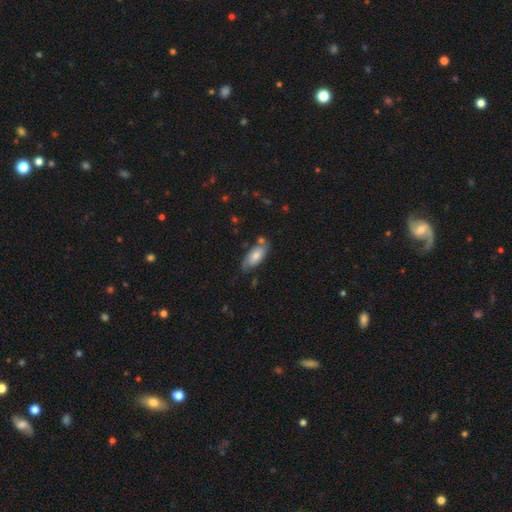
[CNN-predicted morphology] Q: Smooth or featured?
A: smooth (66%); runner-up: featured or disk (28%)
Q: How rounded?
A: in between (85%); runner-up: cigar-shaped (13%)
Q: Merging?
A: none (62%); runner-up: minor disturbance (24%)